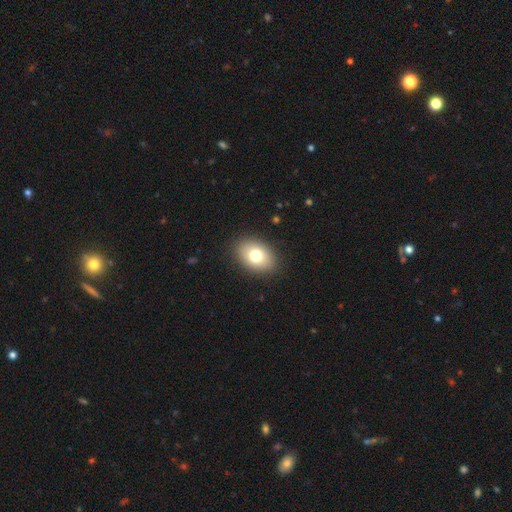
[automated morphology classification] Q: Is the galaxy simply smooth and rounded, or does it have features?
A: smooth — 76%.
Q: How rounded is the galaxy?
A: in between — 79%.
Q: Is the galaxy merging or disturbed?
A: none — 88%.